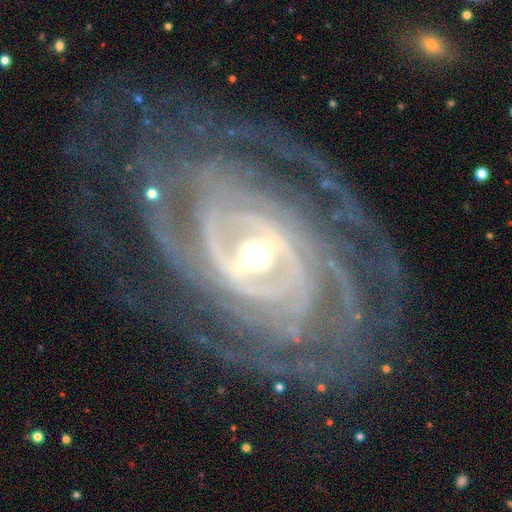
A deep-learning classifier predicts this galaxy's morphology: smooth_or_featured: featured or disk (p=0.92) [alt: star or artifact p=0.05]
disk_edge_on: no (p=0.95) [alt: yes p=0.05]
bar: strong (p=0.48) [alt: weak p=0.35]
has_spiral_arms: yes (p=0.98) [alt: no p=0.02]
spiral_winding: tight (p=0.76) [alt: medium p=0.19]
spiral_arm_count: can't tell (p=0.24) [alt: 4 p=0.21]
bulge_size: moderate (p=0.56) [alt: small p=0.37]
merging: none (p=0.72) [alt: minor disturbance p=0.15]